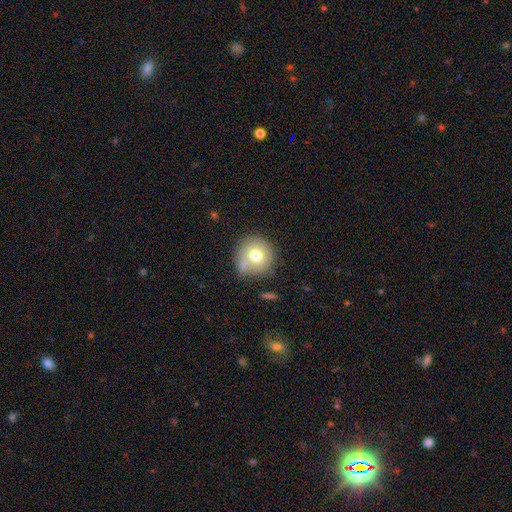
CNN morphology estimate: A smooth galaxy with no disk features (72%) that is round (93%).

Vote fractions:
- Smooth or featured? smooth: 72% / featured or disk: 17% / star or artifact: 11%
- How rounded? round: 93% / in between: 6% / cigar-shaped: 1%
- Merging? none: 65% / minor disturbance: 18% / merger: 10% / major disturbance: 6%